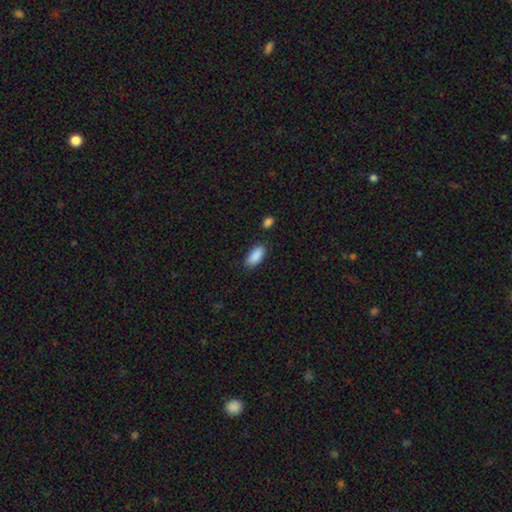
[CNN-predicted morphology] smooth_or_featured: smooth (p=0.90) [alt: star or artifact p=0.07]
how_rounded: in between (p=0.89) [alt: cigar-shaped p=0.09]
merging: none (p=0.82) [alt: minor disturbance p=0.12]